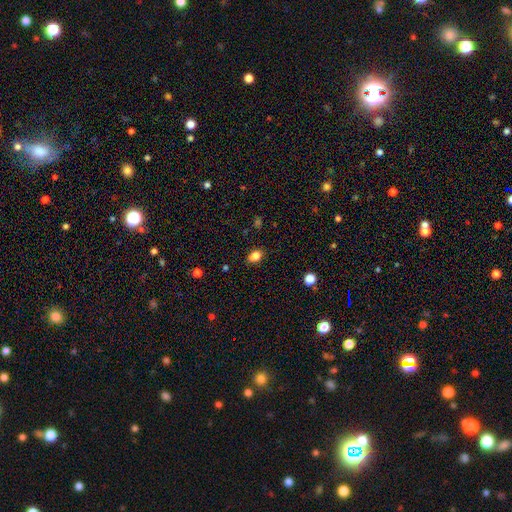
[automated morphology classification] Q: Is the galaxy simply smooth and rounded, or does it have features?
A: smooth — 84%.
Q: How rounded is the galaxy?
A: in between — 77%.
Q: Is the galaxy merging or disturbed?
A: none — 82%.